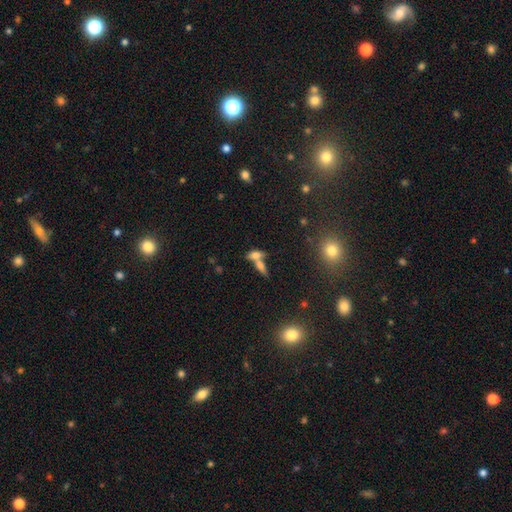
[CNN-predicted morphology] Smooth or featured? Predicted: smooth (p=0.64). How rounded? Predicted: in between (p=0.65). Merging? Predicted: merger (p=0.53).